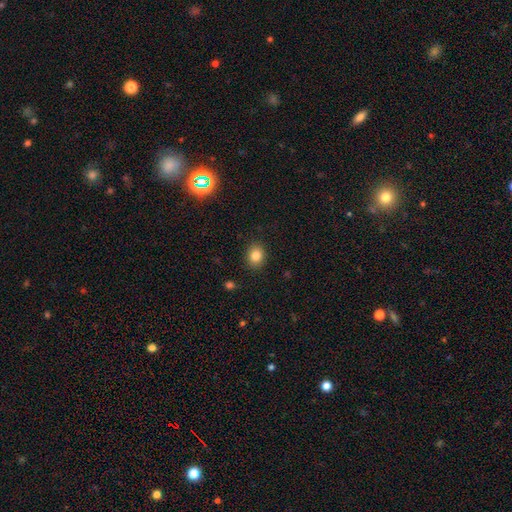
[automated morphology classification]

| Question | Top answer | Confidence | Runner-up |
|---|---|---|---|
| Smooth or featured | smooth | 83% | star or artifact (11%) |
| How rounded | round | 57% | in between (42%) |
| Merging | none | 89% | minor disturbance (8%) |